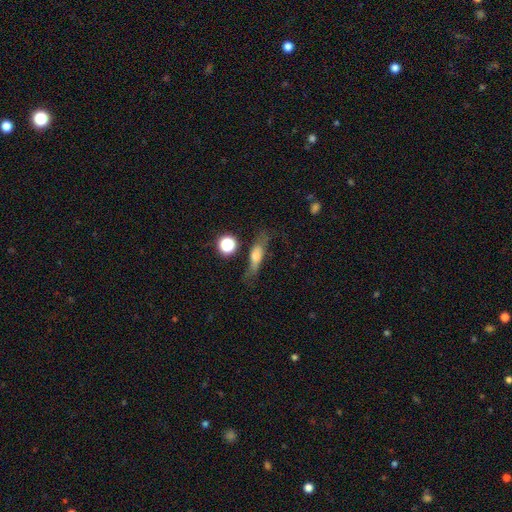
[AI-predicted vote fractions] This is possibly a smooth galaxy (57%). How rounded: possibly cigar-shaped (54%). Merging: possibly none (58%).